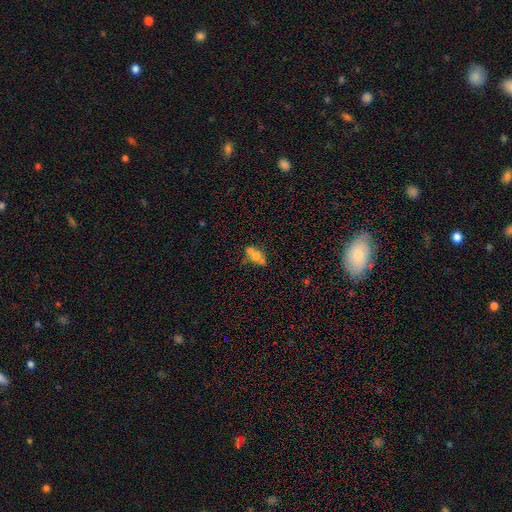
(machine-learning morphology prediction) This appears to be a smooth galaxy with no disk features (54%) that is in between round and cigar-shaped (58%). Merging: merger (46%).